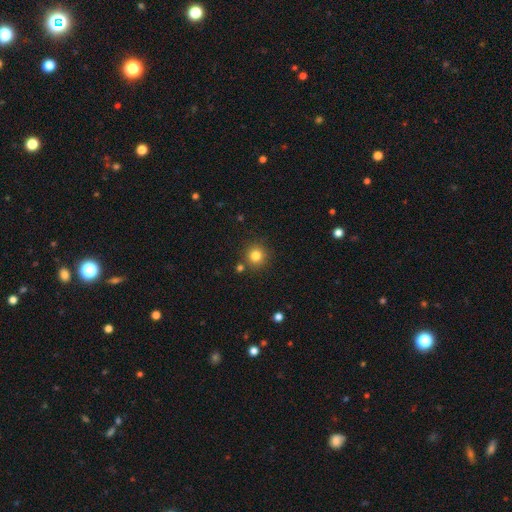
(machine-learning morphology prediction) Smooth or featured?
  - smooth: 82% *
  - star or artifact: 12%
  - featured or disk: 6%
How rounded?
  - round: 93% *
  - in between: 6%
  - cigar-shaped: 1%
Merging?
  - none: 84% *
  - minor disturbance: 8%
  - merger: 6%
  - major disturbance: 2%